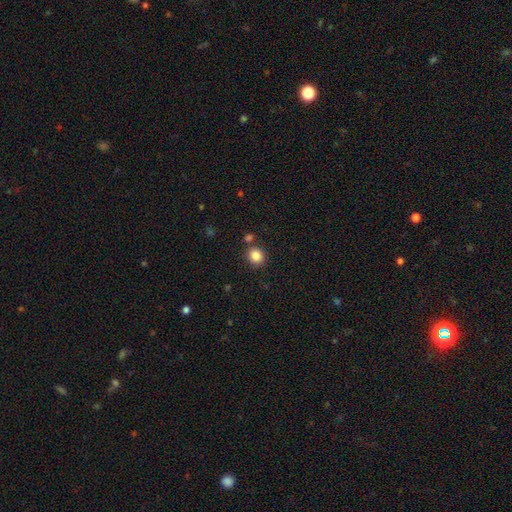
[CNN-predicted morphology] The model was most divided on "how rounded": round: 84%, in between: 15%, cigar-shaped: 1%. More confident: smooth or featured — smooth (85%); merging — none (82%).